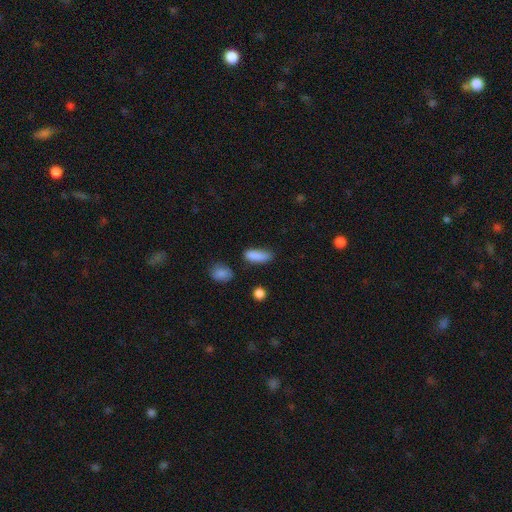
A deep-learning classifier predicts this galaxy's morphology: A smooth galaxy with no disk features (87%) that is in between round and cigar-shaped (68%).

Vote fractions:
- Smooth or featured? smooth: 87% / star or artifact: 8% / featured or disk: 5%
- How rounded? in between: 68% / cigar-shaped: 29% / round: 3%
- Merging? none: 69% / minor disturbance: 22% / major disturbance: 5% / merger: 4%